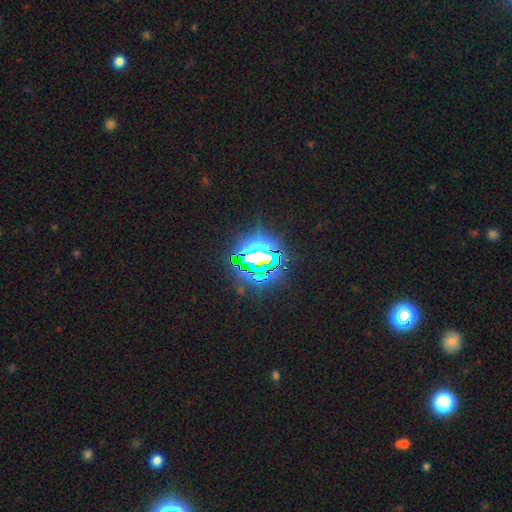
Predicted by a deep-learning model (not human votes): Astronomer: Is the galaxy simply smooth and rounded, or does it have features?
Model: star or artifact — 76%.